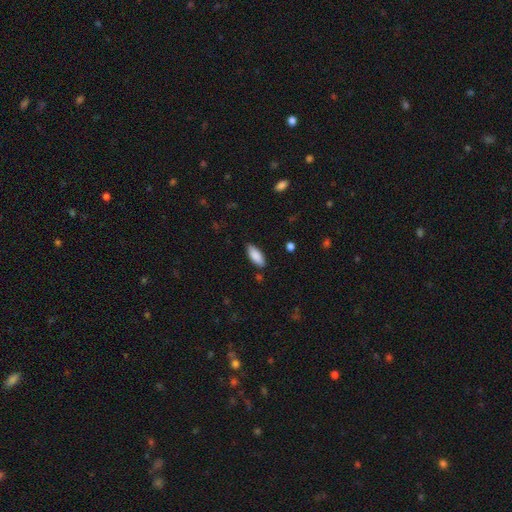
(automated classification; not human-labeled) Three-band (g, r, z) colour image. It shows a smooth galaxy with no disk features (88%) that is in between round and cigar-shaped (82%). Merging: none (85%).